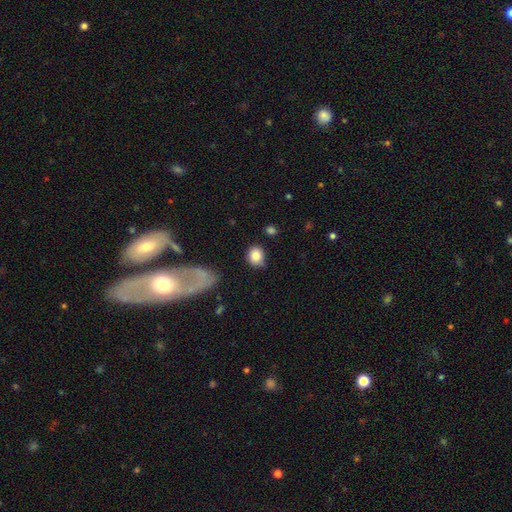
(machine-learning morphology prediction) A smooth galaxy with no disk features (84%) that is round (62%). Merging: none (74%).